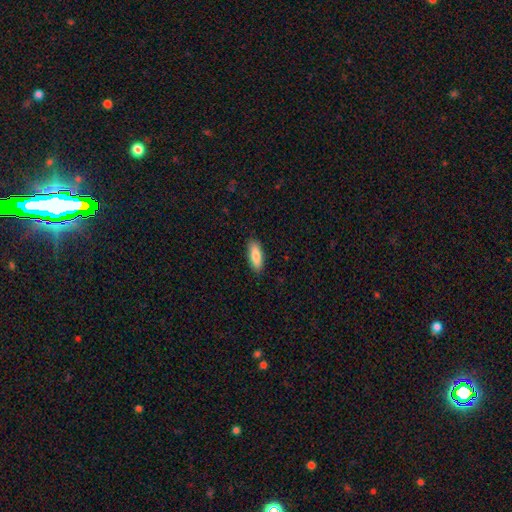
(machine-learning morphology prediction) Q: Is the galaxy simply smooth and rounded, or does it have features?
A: smooth — 84%.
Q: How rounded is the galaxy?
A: in between — 64%.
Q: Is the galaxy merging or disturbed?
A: none — 88%.